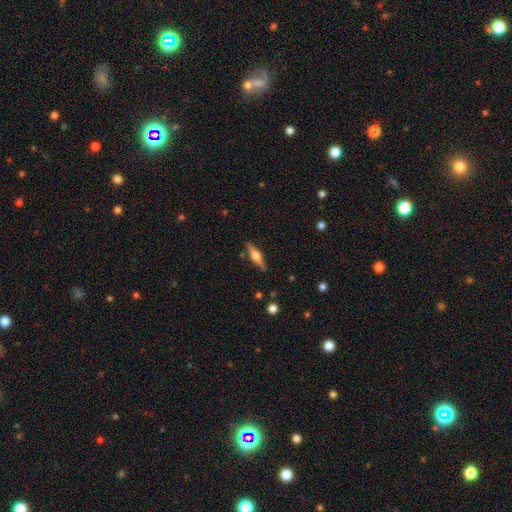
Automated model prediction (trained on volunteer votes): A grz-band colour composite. It shows a featured or disk galaxy (53%) viewed edge-on (93%). Merging: none (86%).